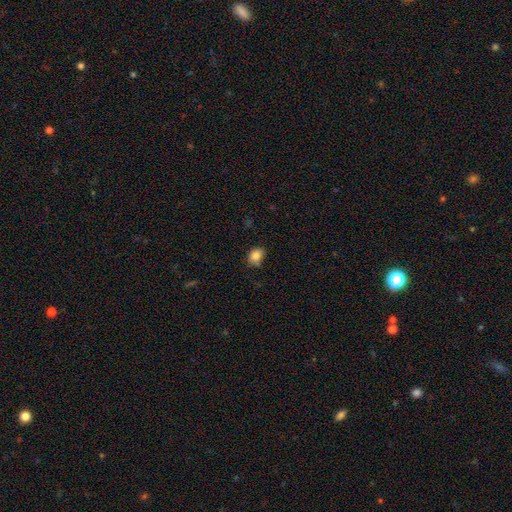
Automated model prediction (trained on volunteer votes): The model was most divided on "how rounded": in between: 68%, round: 31%, cigar-shaped: 1%. More confident: smooth or featured — smooth (85%); merging — none (75%).